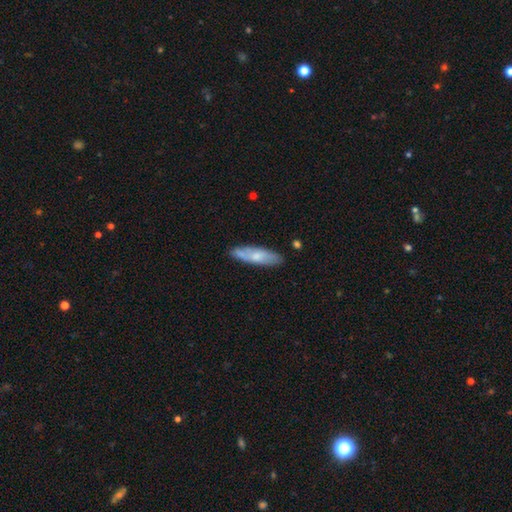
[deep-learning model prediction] Overall: smooth (60%; featured or disk 34%). How rounded: cigar-shaped (62%; in between 36%). Merging: none (79%).